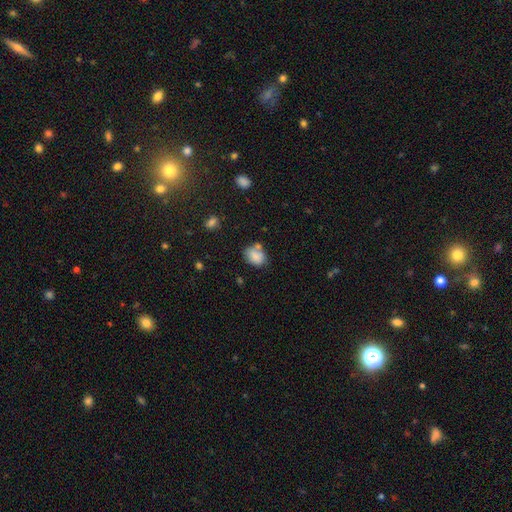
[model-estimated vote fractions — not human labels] Smooth or featured? smooth (82%)
How rounded? in between (65%)
Merging? none (54%)